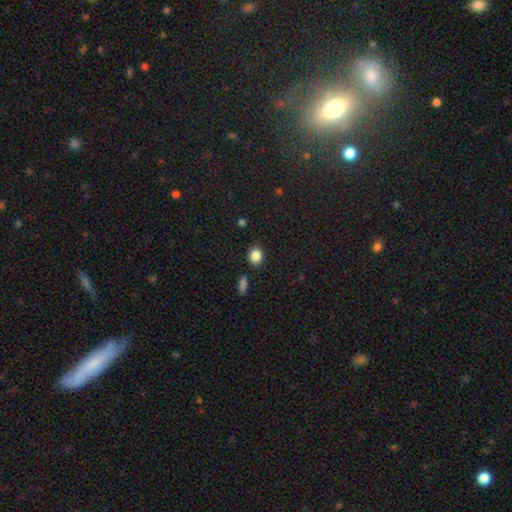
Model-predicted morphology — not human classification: This appears to be a smooth galaxy with no disk features (85%) that is round (64%). Merging: none (85%).